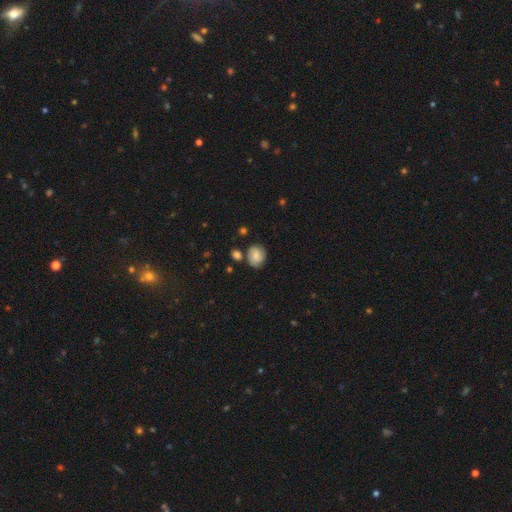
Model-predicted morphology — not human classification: Smooth or featured? Predicted: smooth (p=0.54). How rounded? Predicted: round (p=0.57). Merging? Predicted: none (p=0.69).